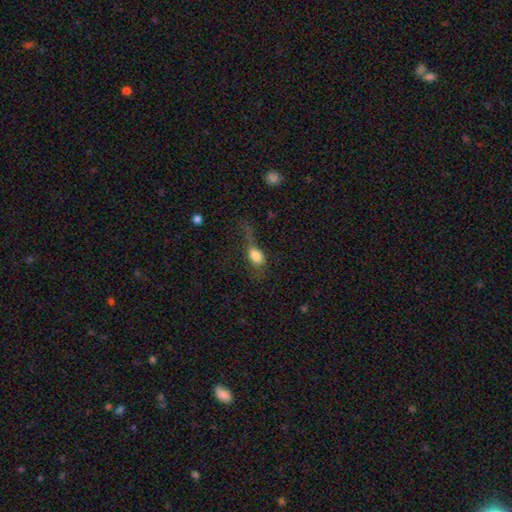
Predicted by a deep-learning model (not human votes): A smooth galaxy with no disk features (73%) that is in between round and cigar-shaped (77%).

Vote fractions:
- Smooth or featured? smooth: 73% / featured or disk: 17% / star or artifact: 10%
- How rounded? in between: 77% / round: 16% / cigar-shaped: 7%
- Merging? major disturbance: 53% / none: 22% / minor disturbance: 19% / merger: 6%